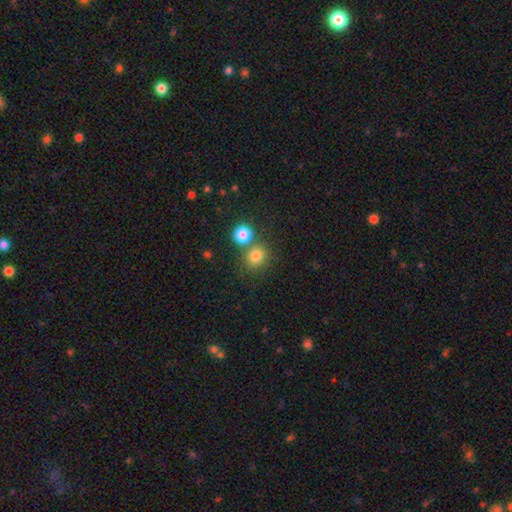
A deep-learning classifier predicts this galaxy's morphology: Smooth or featured: smooth — 81% (star or artifact — 13%)
How rounded: round — 85% (in between — 14%)
Merging: none — 64% (merger — 25%)